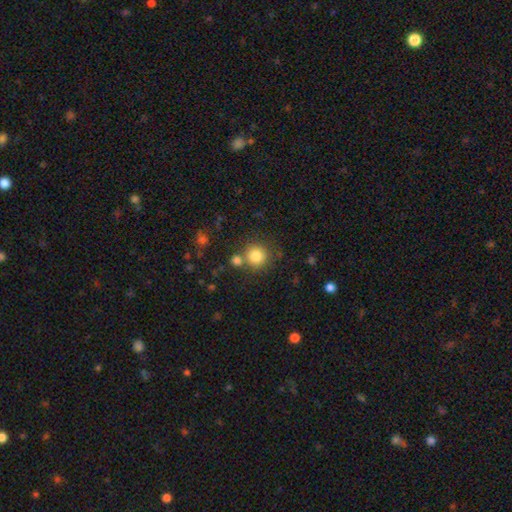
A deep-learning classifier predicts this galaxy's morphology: The model was most divided on "merging": none: 72%, merger: 17%, minor disturbance: 8%, major disturbance: 3%. More confident: how rounded — round (93%); smooth or featured — smooth (81%).